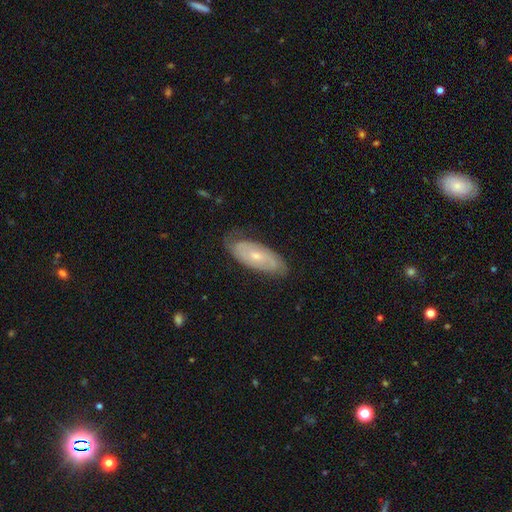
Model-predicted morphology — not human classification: smooth_or_featured: featured or disk (p=0.66) [alt: smooth p=0.27]
disk_edge_on: no (p=0.87) [alt: yes p=0.13]
bar: no (p=0.69) [alt: weak p=0.25]
has_spiral_arms: yes (p=0.82) [alt: no p=0.18]
bulge_size: small (p=0.62) [alt: moderate p=0.34]
merging: none (p=0.74) [alt: minor disturbance p=0.20]